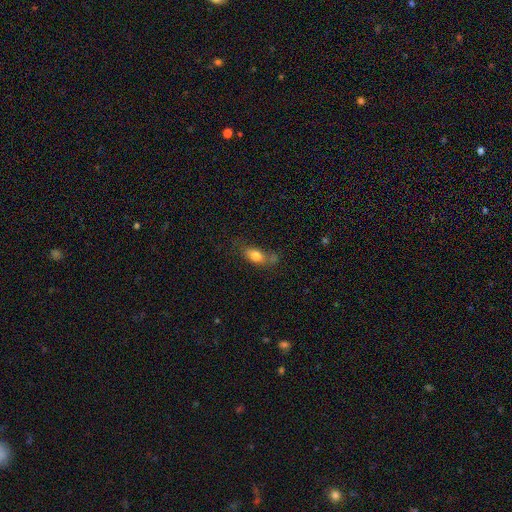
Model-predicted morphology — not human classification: Smooth or featured? smooth (78%)
How rounded? in between (80%)
Merging? none (51%)